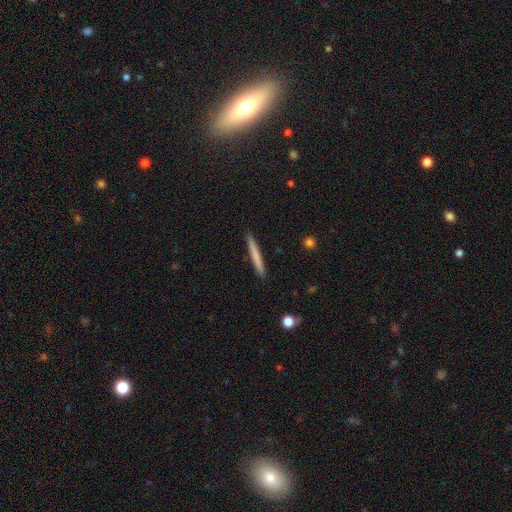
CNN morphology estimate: Smooth or featured: smooth — 71% (featured or disk — 23%)
How rounded: cigar-shaped — 97% (in between — 2%)
Merging: none — 91% (minor disturbance — 6%)